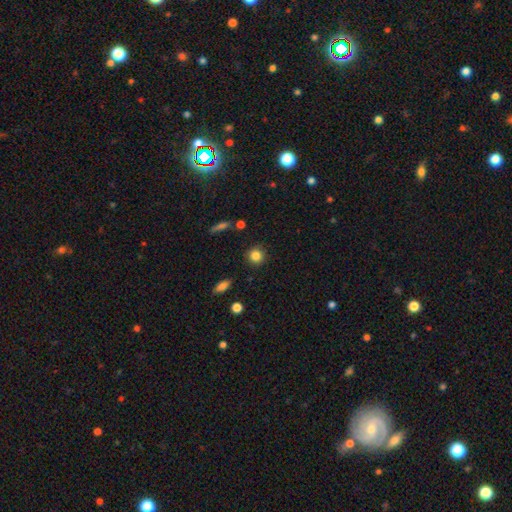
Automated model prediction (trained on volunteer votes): This is clearly a smooth galaxy (84%). How rounded: clearly round (91%). Merging: clearly none (89%).